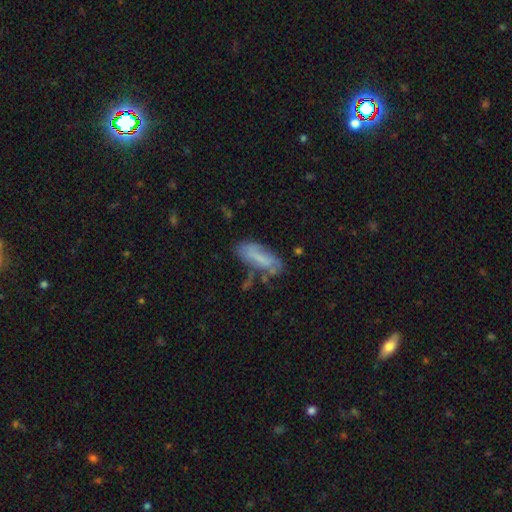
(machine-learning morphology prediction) Q: Smooth or featured?
A: smooth (59%); runner-up: featured or disk (30%)
Q: How rounded?
A: in between (63%); runner-up: cigar-shaped (35%)
Q: Merging?
A: none (49%); runner-up: minor disturbance (28%)